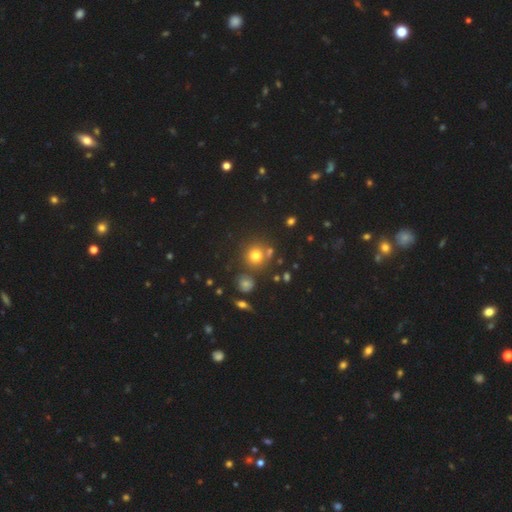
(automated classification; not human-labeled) Smooth or featured? smooth (74%)
How rounded? round (90%)
Merging? none (72%)